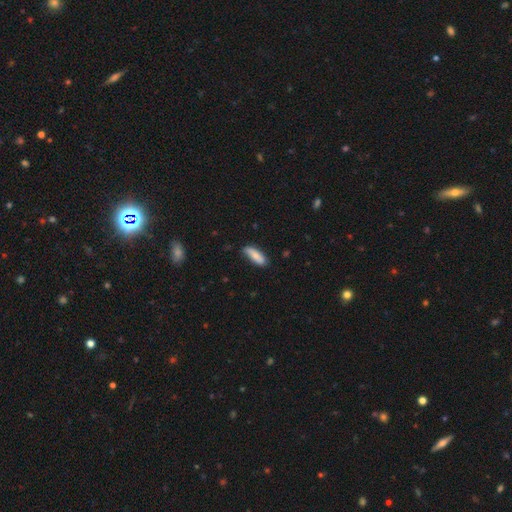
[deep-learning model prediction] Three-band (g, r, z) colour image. It shows a smooth galaxy with no disk features (77%) that is in between round and cigar-shaped (53%). Merging: none (73%).